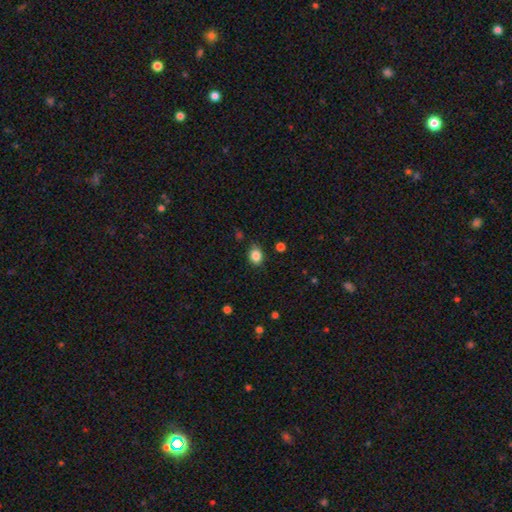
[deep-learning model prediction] A smooth galaxy with no disk features (85%) that is in between round and cigar-shaped (61%).

Vote fractions:
- Smooth or featured? smooth: 85% / star or artifact: 10% / featured or disk: 5%
- How rounded? in between: 61% / round: 38% / cigar-shaped: 1%
- Merging? none: 80% / minor disturbance: 15% / major disturbance: 3% / merger: 2%